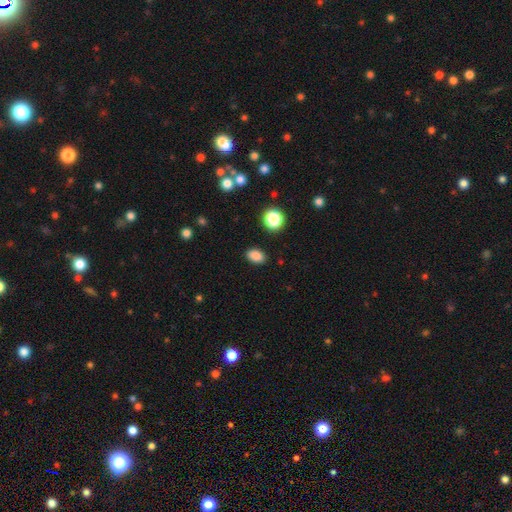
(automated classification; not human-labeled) Smooth or featured?
  - smooth: 86% *
  - star or artifact: 11%
  - featured or disk: 3%
How rounded?
  - in between: 81% *
  - round: 18%
  - cigar-shaped: 1%
Merging?
  - none: 88% *
  - minor disturbance: 8%
  - major disturbance: 2%
  - merger: 1%